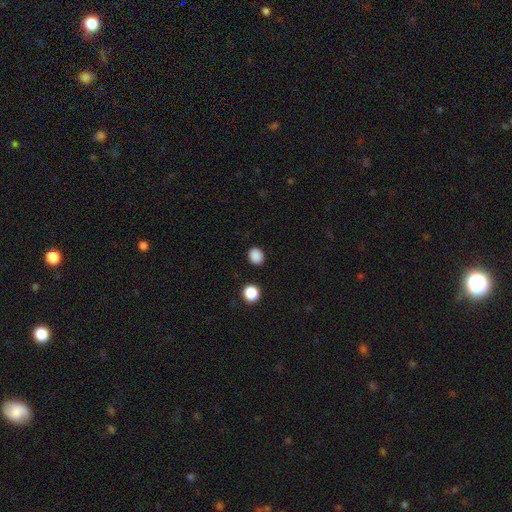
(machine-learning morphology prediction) Smooth or featured? Predicted: smooth (p=0.86). How rounded? Predicted: round (p=0.70). Merging? Predicted: none (p=0.90).